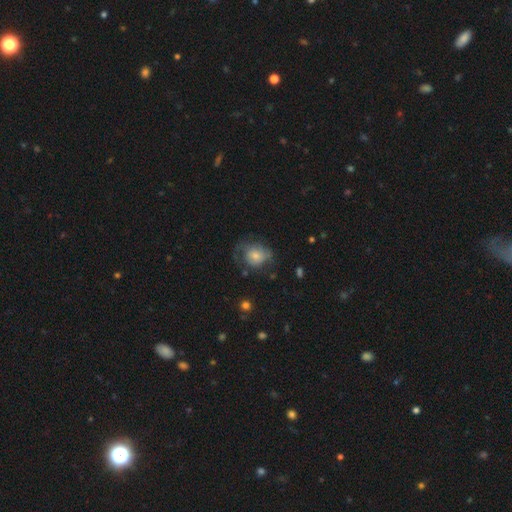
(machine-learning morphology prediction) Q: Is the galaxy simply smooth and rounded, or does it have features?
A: smooth — 51%.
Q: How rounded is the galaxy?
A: round — 62%.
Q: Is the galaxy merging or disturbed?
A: none — 41%.